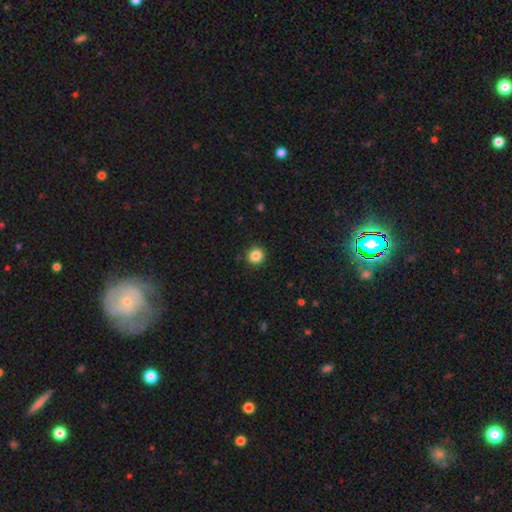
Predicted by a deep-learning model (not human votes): The model was most divided on "smooth or featured": smooth: 85%, star or artifact: 11%, featured or disk: 4%. More confident: how rounded — round (93%); merging — none (91%).